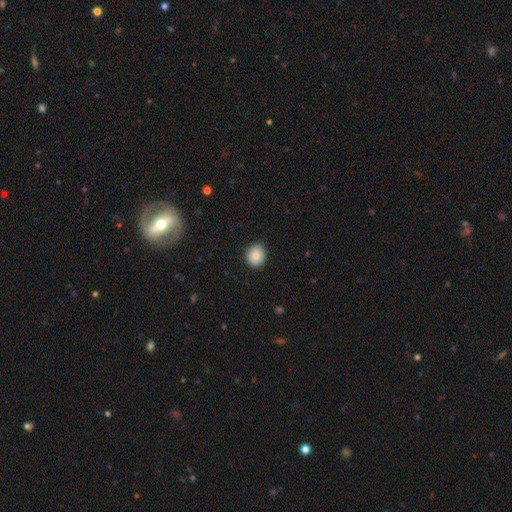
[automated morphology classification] The model was most divided on "how rounded": round: 70%, in between: 29%, cigar-shaped: 1%. More confident: smooth or featured — smooth (83%); merging — none (81%).